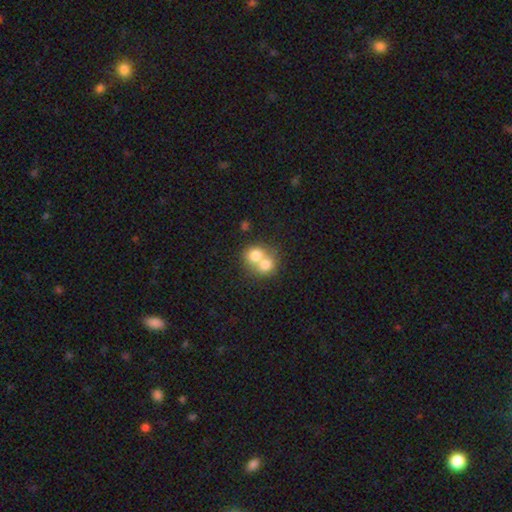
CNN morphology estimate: This is likely a smooth galaxy (73%). How rounded: likely round (70%). Merging: likely merger (70%).